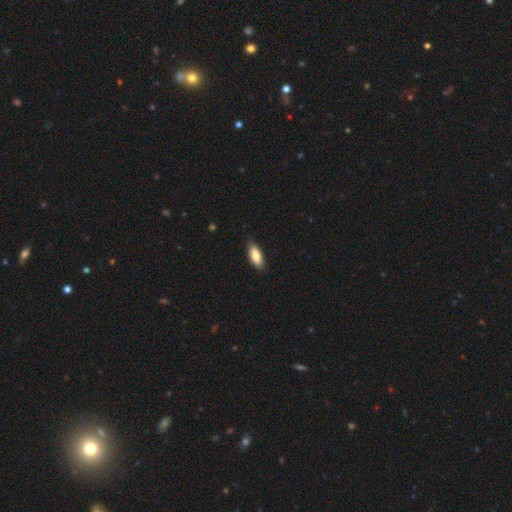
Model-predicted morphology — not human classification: type=smooth (82%); roundness=in between (78%); merging=none (84%).